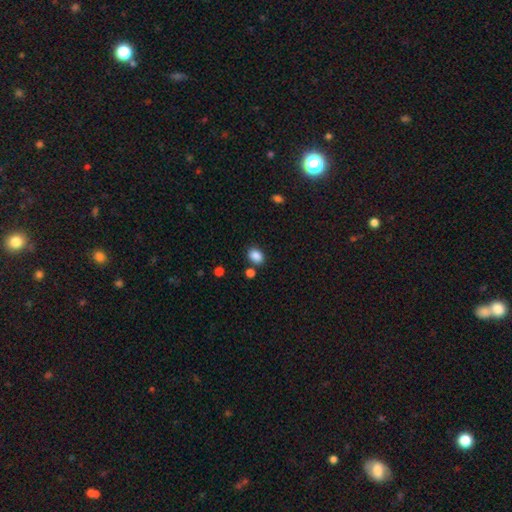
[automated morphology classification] A smooth galaxy with no disk features (87%) that is in between round and cigar-shaped (64%). Merging: none (77%).